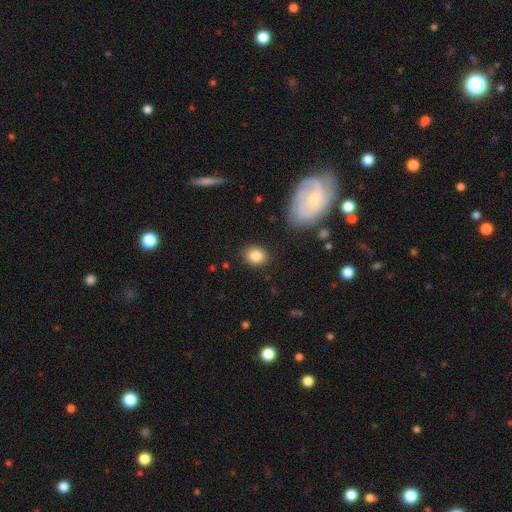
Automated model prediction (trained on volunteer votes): Morphology: type=smooth (85%); roundness=round (59%); merging=none (87%).